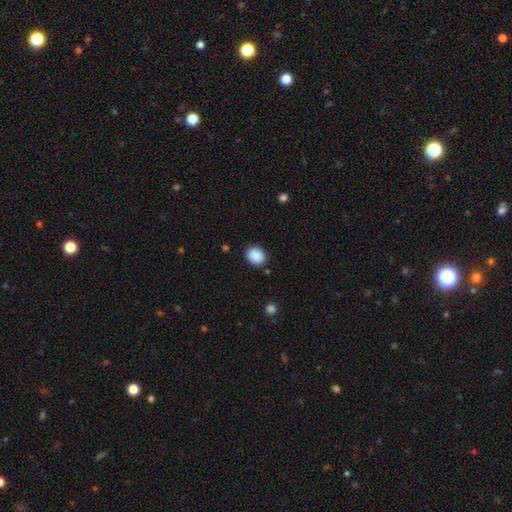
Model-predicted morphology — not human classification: Q: Smooth or featured?
A: smooth (89%); runner-up: star or artifact (8%)
Q: How rounded?
A: round (58%); runner-up: in between (42%)
Q: Merging?
A: none (88%); runner-up: minor disturbance (8%)